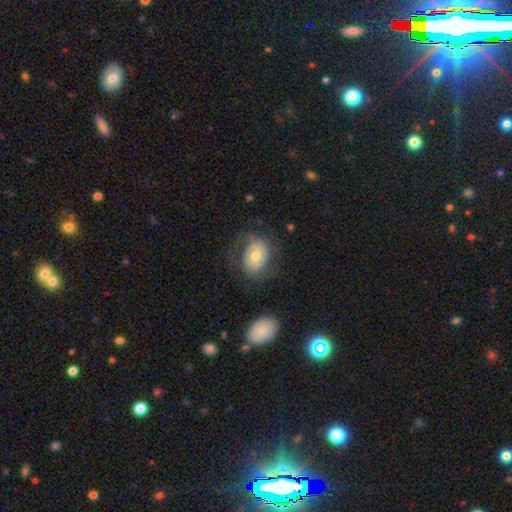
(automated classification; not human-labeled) This is possibly a smooth galaxy (48%). Merging: likely none (63%).